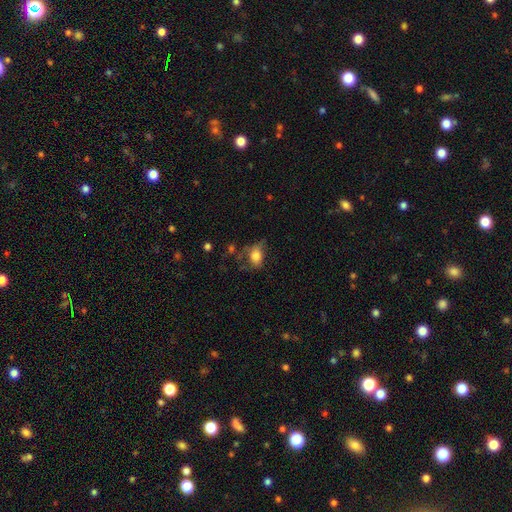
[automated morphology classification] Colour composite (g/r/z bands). It shows a smooth galaxy with no disk features (71%) that is in between round and cigar-shaped (67%). Merging: none (34%).